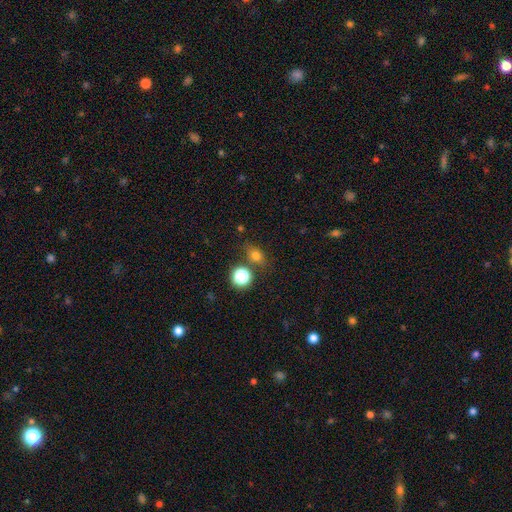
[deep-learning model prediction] This is likely a smooth galaxy (72%). How rounded: possibly in between (50%). Merging: likely none (73%).